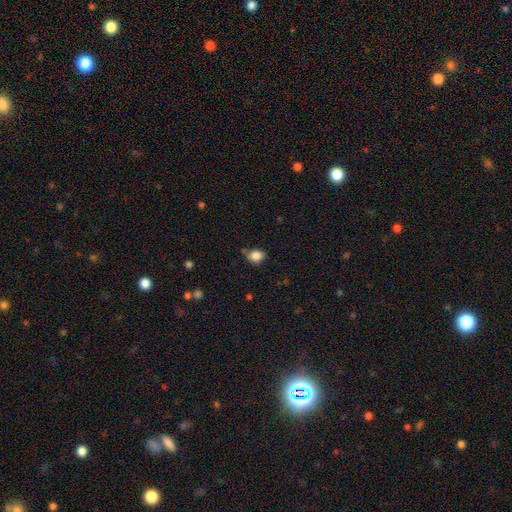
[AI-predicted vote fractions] Q: Smooth or featured?
A: smooth (85%); runner-up: star or artifact (10%)
Q: How rounded?
A: round (50%); runner-up: in between (49%)
Q: Merging?
A: none (64%); runner-up: minor disturbance (26%)